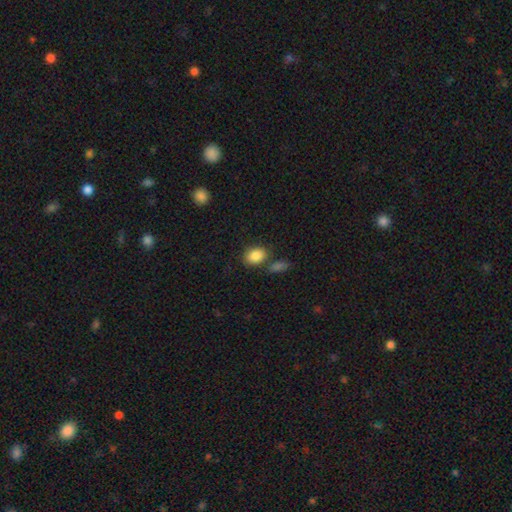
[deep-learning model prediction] Smooth or featured? smooth (86%)
How rounded? in between (68%)
Merging? none (70%)